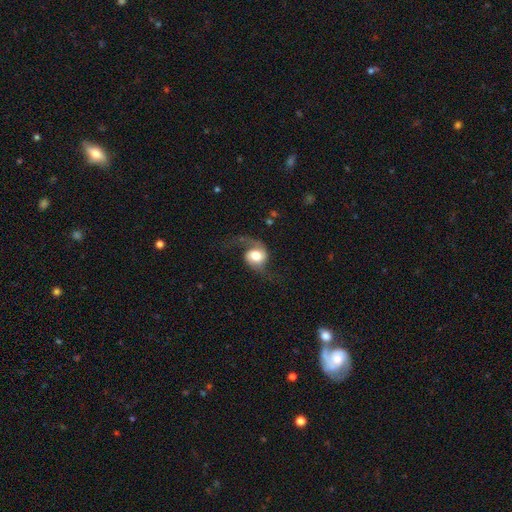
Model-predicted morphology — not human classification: Overall: featured or disk (64%; smooth 28%). Edge-on disk: no (96%). Bar: no (63%; weak 28%). Spiral arms: yes (92%). Spiral arm count: 2 (75%). Spiral winding: loose (74%). Bulge size: moderate (45%; large 36%). Merging: none (51%; major disturbance 28%).